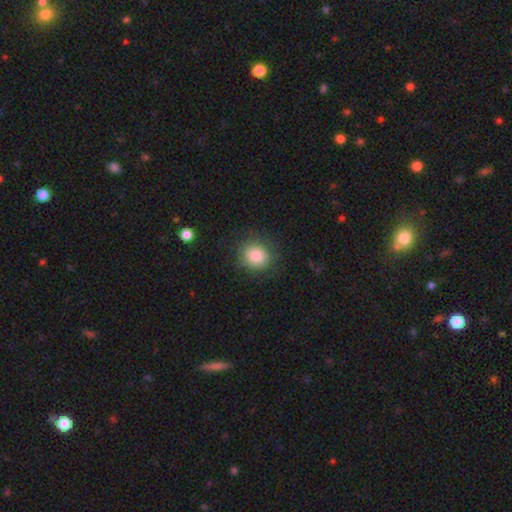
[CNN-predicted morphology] Smooth or featured: smooth — 86% (star or artifact — 9%)
How rounded: round — 87% (in between — 12%)
Merging: none — 85% (minor disturbance — 10%)